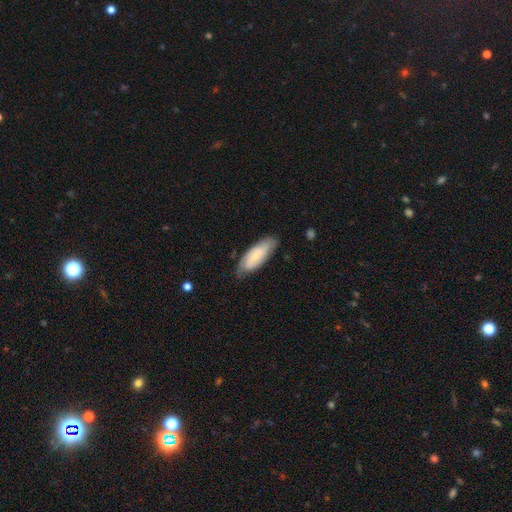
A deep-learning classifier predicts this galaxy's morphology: Smooth or featured?
  - smooth: 58% *
  - featured or disk: 36%
  - star or artifact: 6%
How rounded?
  - in between: 73% *
  - cigar-shaped: 25%
  - round: 2%
Merging?
  - none: 72% *
  - minor disturbance: 22%
  - major disturbance: 4%
  - merger: 1%